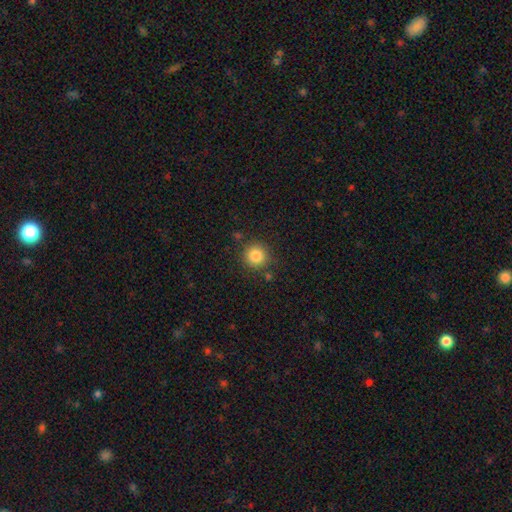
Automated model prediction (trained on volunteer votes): Q: Smooth or featured?
A: smooth (84%); runner-up: star or artifact (11%)
Q: How rounded?
A: round (93%); runner-up: in between (6%)
Q: Merging?
A: none (85%); runner-up: minor disturbance (9%)